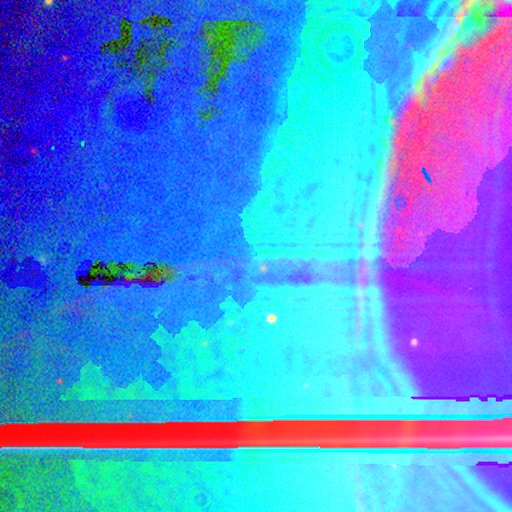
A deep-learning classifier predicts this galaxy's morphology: A star or artifact, not a galaxy (87%).